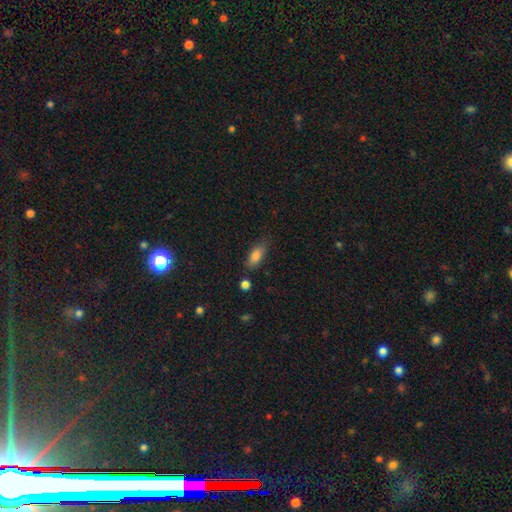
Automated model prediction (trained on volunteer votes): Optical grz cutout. It shows a smooth galaxy with no disk features (82%) that is in between round and cigar-shaped (80%). Merging: none (74%).